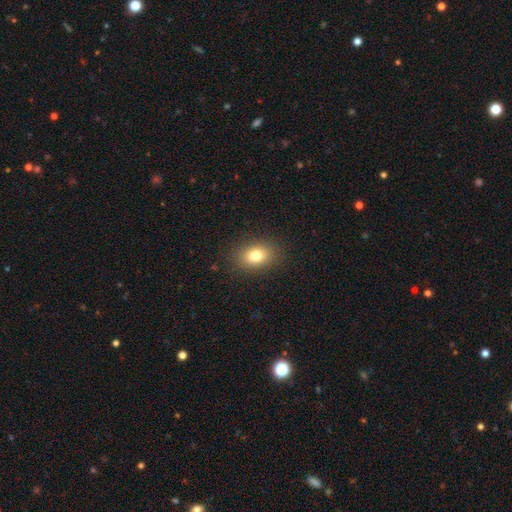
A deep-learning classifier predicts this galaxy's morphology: This is clearly a smooth galaxy (80%). How rounded: likely in between (73%). Merging: clearly none (87%).